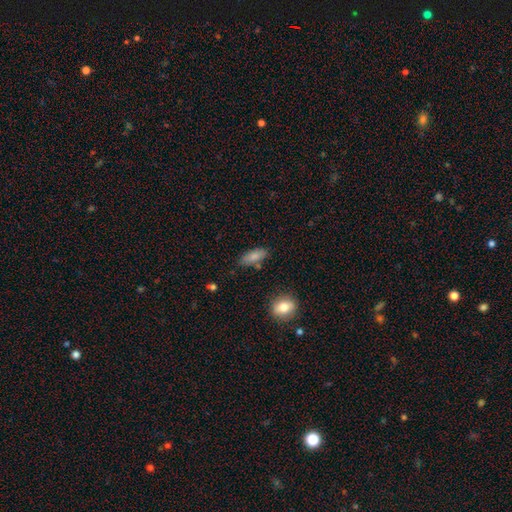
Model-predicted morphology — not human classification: The model was most divided on "how rounded": in between: 72%, cigar-shaped: 25%, round: 4%. More confident: smooth or featured — smooth (78%); merging — none (76%).